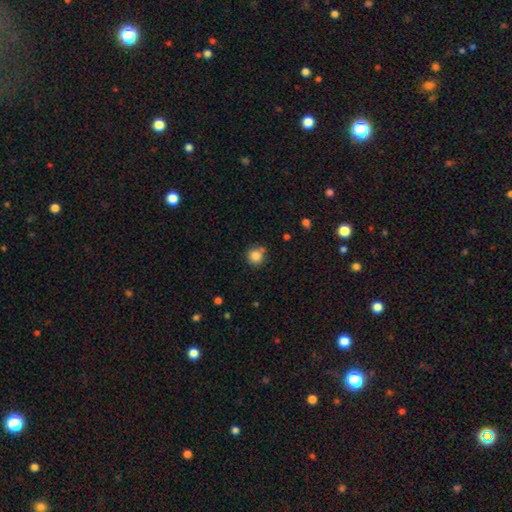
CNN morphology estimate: The model was most divided on "merging": none: 78%, minor disturbance: 11%, merger: 8%, major disturbance: 3%. More confident: how rounded — round (93%); smooth or featured — smooth (85%).